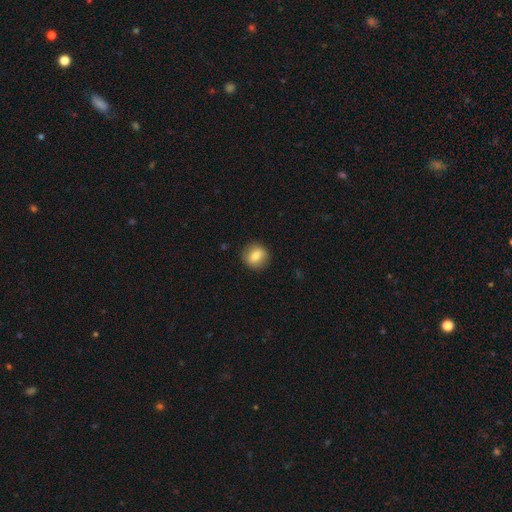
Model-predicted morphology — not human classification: A smooth galaxy with no disk features (79%) that is round (83%). Merging: none (88%).